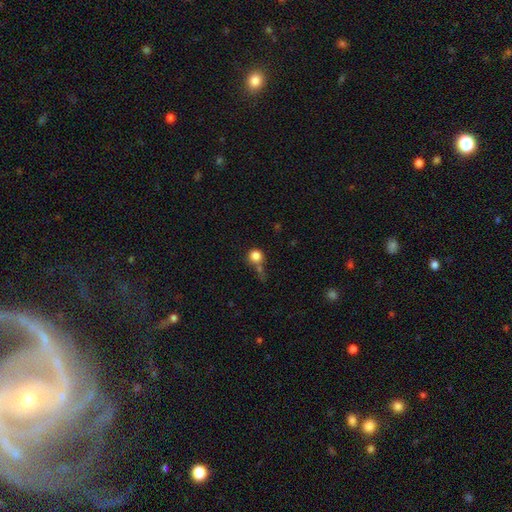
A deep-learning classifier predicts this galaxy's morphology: type=smooth (83%); roundness=round (92%); merging=none (55%).